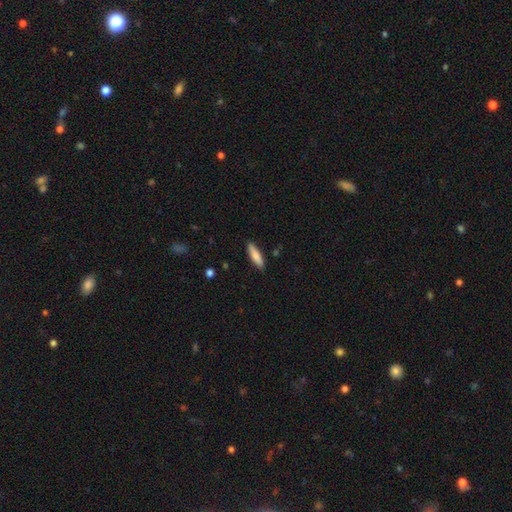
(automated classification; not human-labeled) A smooth galaxy with no disk features (80%) that is cigar-shaped (69%). Merging: none (87%).